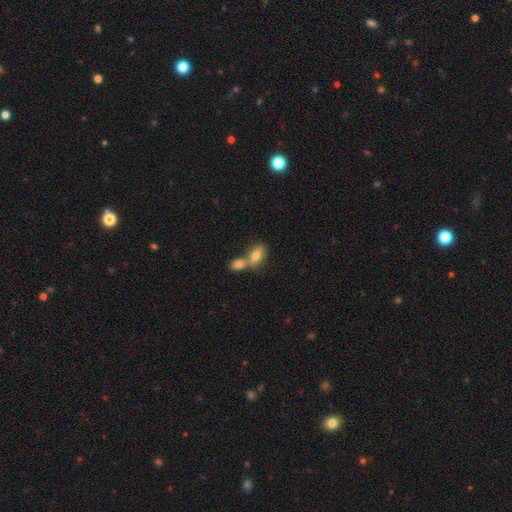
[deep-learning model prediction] Smooth or featured? Predicted: smooth (p=0.77). How rounded? Predicted: in between (p=0.86). Merging? Predicted: merger (p=0.62).